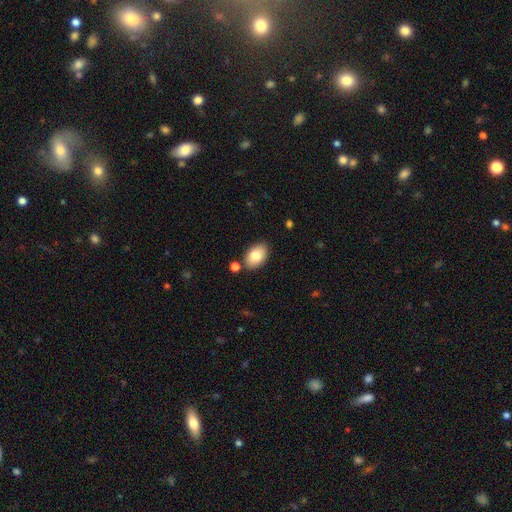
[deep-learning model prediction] smooth 80%, featured or disk 12%, star or artifact 7%. Down the decision tree: how rounded — in between (89%); merging — none (83%).